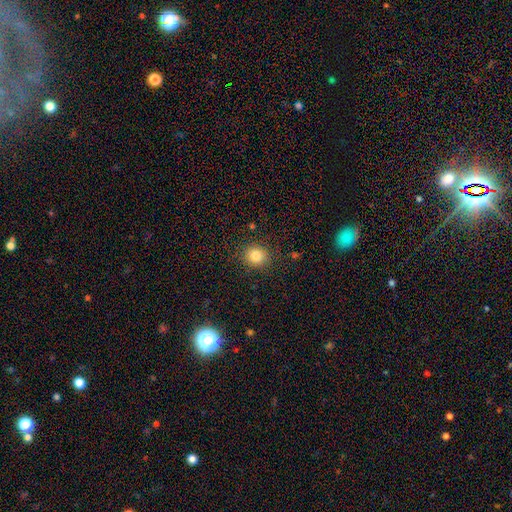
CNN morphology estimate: The model was most divided on "how rounded": round: 83%, in between: 16%, cigar-shaped: 1%. More confident: merging — none (88%); smooth or featured — smooth (83%).